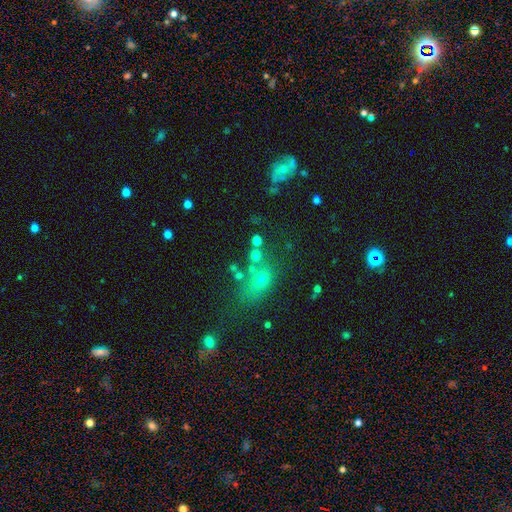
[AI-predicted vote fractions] Morphology: type=smooth (62%); roundness=round (66%); merging=none (51%).